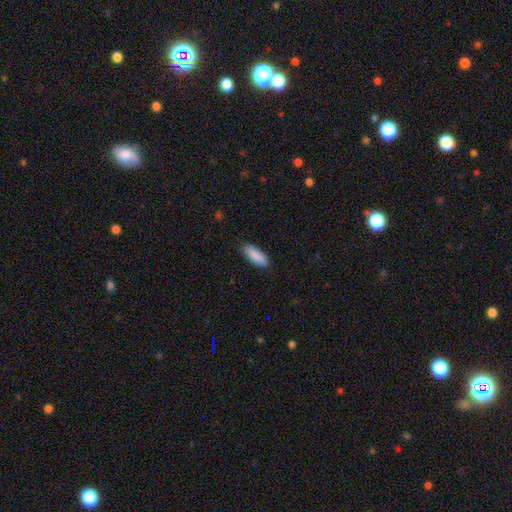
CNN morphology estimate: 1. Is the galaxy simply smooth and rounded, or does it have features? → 89% smooth, 6% star or artifact, 5% featured or disk.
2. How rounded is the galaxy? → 67% in between, 31% cigar-shaped, 2% round.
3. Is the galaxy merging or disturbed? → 87% none, 10% minor disturbance, 2% major disturbance, 1% merger.